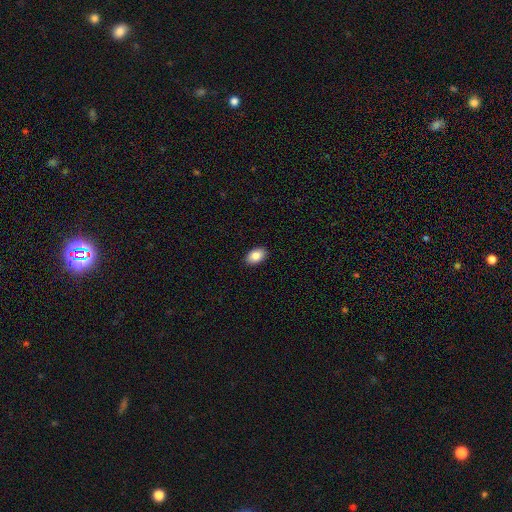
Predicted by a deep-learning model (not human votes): Q: Smooth or featured?
A: smooth (86%); runner-up: star or artifact (7%)
Q: How rounded?
A: in between (90%); runner-up: round (9%)
Q: Merging?
A: none (90%); runner-up: minor disturbance (7%)